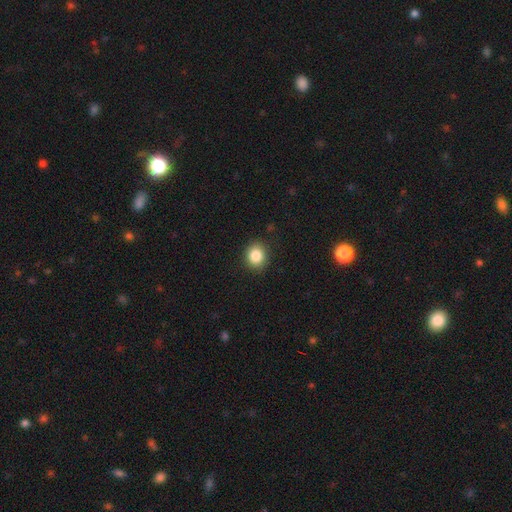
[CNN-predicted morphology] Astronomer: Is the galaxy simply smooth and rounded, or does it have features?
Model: smooth — 85%.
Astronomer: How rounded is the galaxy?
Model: round — 72%.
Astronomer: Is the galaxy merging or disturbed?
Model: none — 89%.